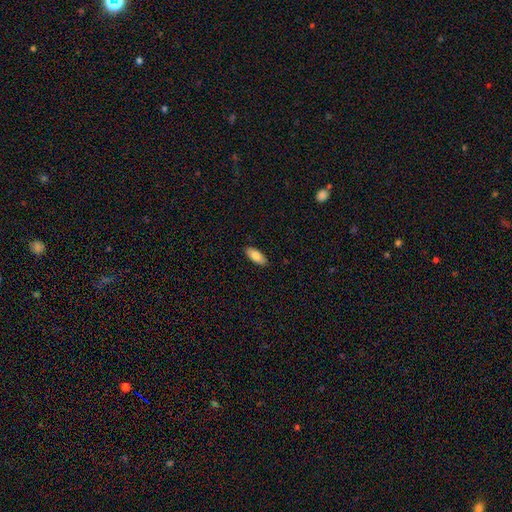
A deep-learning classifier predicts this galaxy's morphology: Smooth or featured?
  - smooth: 82% *
  - featured or disk: 12%
  - star or artifact: 6%
How rounded?
  - in between: 82% *
  - cigar-shaped: 16%
  - round: 2%
Merging?
  - none: 89% *
  - minor disturbance: 8%
  - major disturbance: 2%
  - merger: 1%